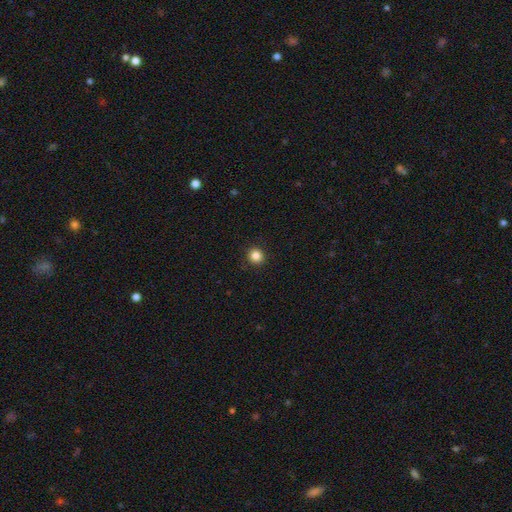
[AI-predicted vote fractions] A smooth galaxy with no disk features (84%) that is round (93%). Merging: none (92%).